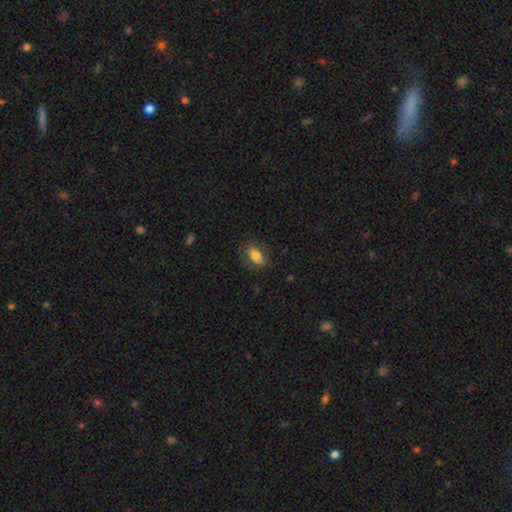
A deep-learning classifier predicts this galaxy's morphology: smooth-or-featured: smooth: 74% | featured or disk: 19% | star or artifact: 8%
  how-rounded: in between: 84% | cigar-shaped: 8% | round: 8%
  merging: none: 76% | minor disturbance: 17% | major disturbance: 6% | merger: 1%